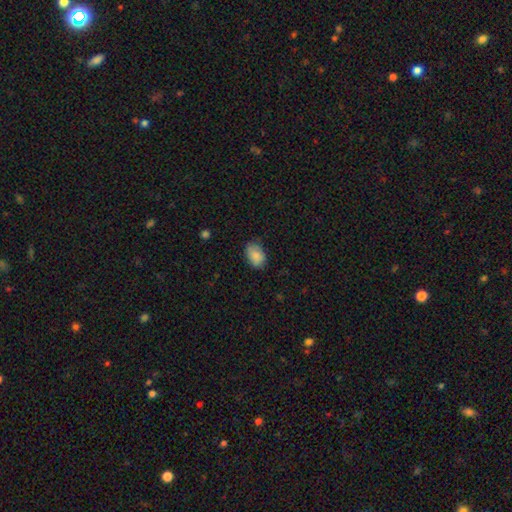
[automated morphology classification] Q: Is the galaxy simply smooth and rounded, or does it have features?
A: smooth — 86%.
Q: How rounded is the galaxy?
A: in between — 87%.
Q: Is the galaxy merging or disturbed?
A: none — 76%.